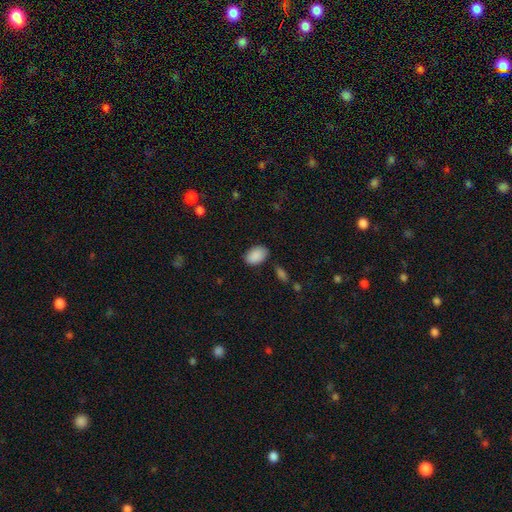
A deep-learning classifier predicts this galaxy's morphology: Smooth or featured?
  - smooth: 90% *
  - star or artifact: 7%
  - featured or disk: 4%
How rounded?
  - in between: 89% *
  - round: 10%
  - cigar-shaped: 1%
Merging?
  - none: 82% *
  - minor disturbance: 12%
  - major disturbance: 3%
  - merger: 3%